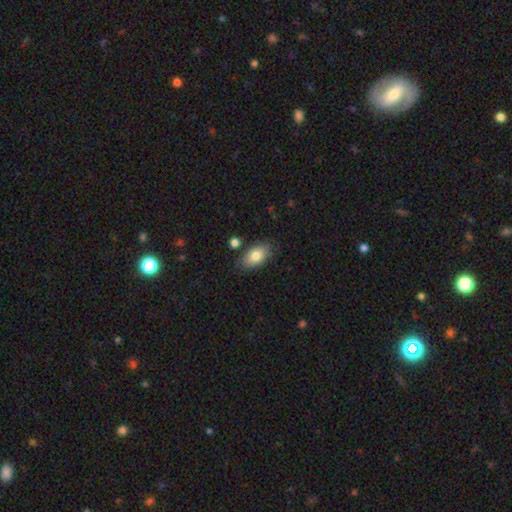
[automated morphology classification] smooth_or_featured: smooth (p=0.80) [alt: featured or disk p=0.13]
how_rounded: in between (p=0.91) [alt: round p=0.06]
merging: none (p=0.81) [alt: minor disturbance p=0.13]